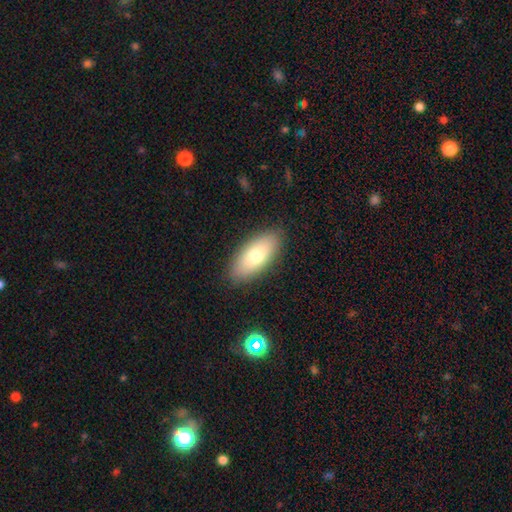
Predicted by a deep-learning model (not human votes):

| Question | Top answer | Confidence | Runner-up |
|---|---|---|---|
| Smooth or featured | smooth | 73% | featured or disk (20%) |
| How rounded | in between | 86% | cigar-shaped (12%) |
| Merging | none | 88% | minor disturbance (9%) |